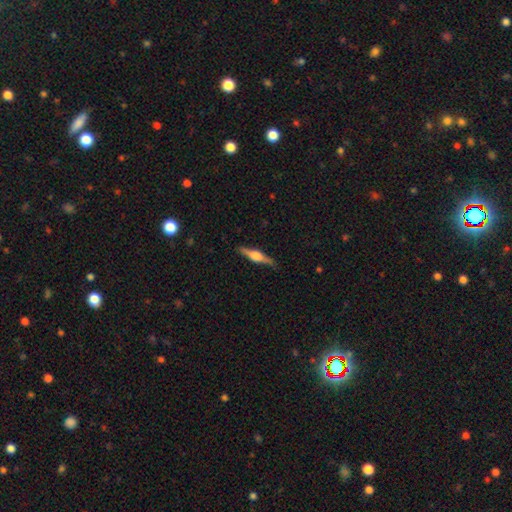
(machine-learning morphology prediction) This is likely a featured or disk galaxy (76%). It is clearly viewed edge-on (98%). Edge-on bulge: clearly rounded (88%). Merging: clearly none (88%).